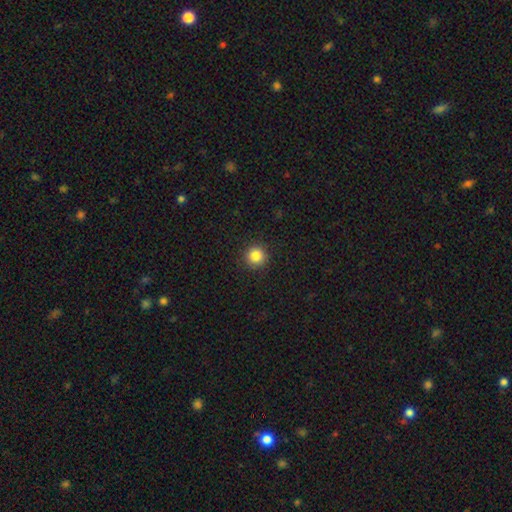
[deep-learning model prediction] This appears to be a smooth galaxy with no disk features (85%) that is round (95%). Merging: none (92%).